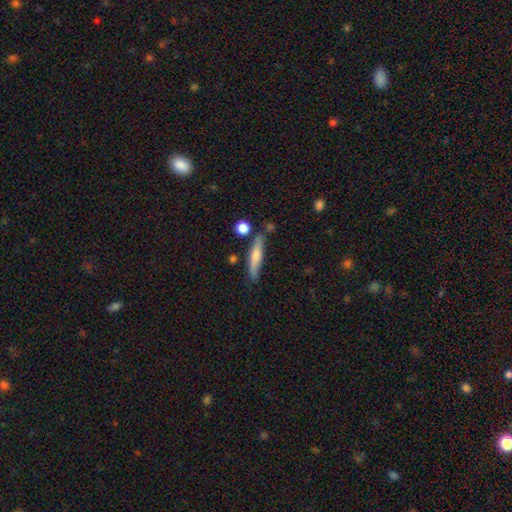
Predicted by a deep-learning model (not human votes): The model was most divided on "smooth or featured": smooth: 56%, featured or disk: 37%, star or artifact: 7%. More confident: how rounded — cigar-shaped (87%); merging — none (78%).